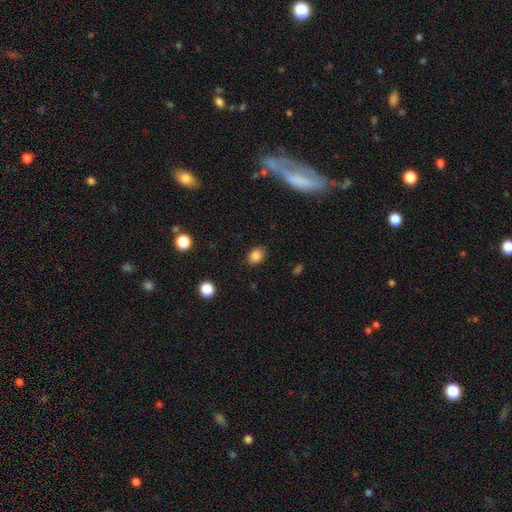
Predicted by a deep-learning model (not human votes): This is clearly a smooth galaxy (85%). How rounded: likely in between (70%). Merging: clearly none (85%).